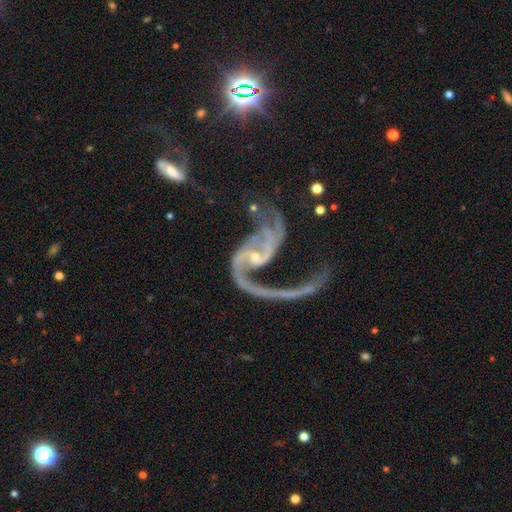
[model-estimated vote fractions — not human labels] Smooth or featured? Predicted: featured or disk (p=0.90). Edge-on disk? Predicted: no (p=0.97). Bar? Predicted: no (p=0.51). Spiral arms? Predicted: yes (p=0.94). Spiral winding? Predicted: loose (p=0.73). Spiral arm count? Predicted: 2 (p=0.65). Bulge size? Predicted: small (p=0.73). Merging? Predicted: major disturbance (p=0.46).